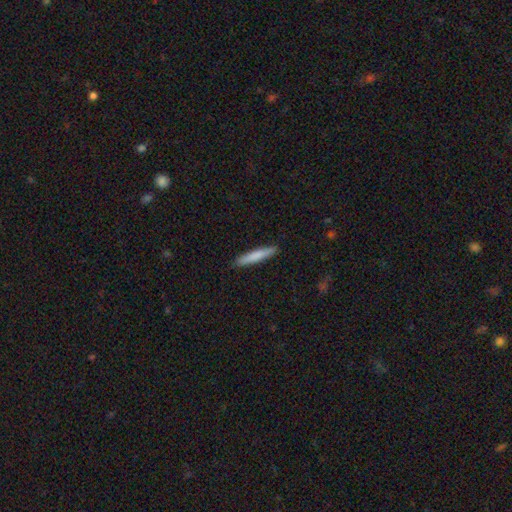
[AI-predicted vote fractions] A smooth galaxy with no disk features (78%) that is cigar-shaped (93%). Merging: none (91%).